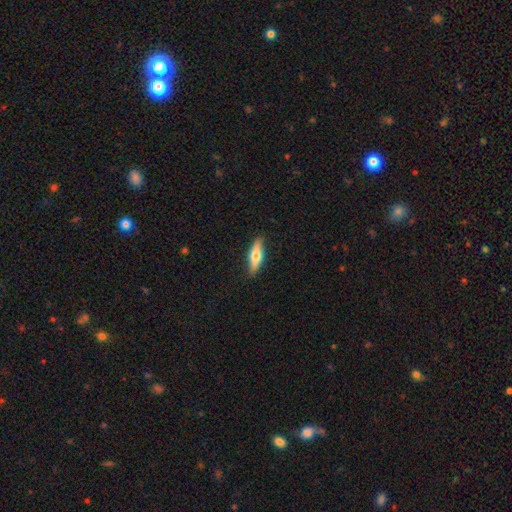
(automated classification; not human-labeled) Q: Smooth or featured?
A: smooth (58%); runner-up: featured or disk (36%)
Q: How rounded?
A: cigar-shaped (49%); runner-up: in between (48%)
Q: Merging?
A: none (86%); runner-up: minor disturbance (11%)